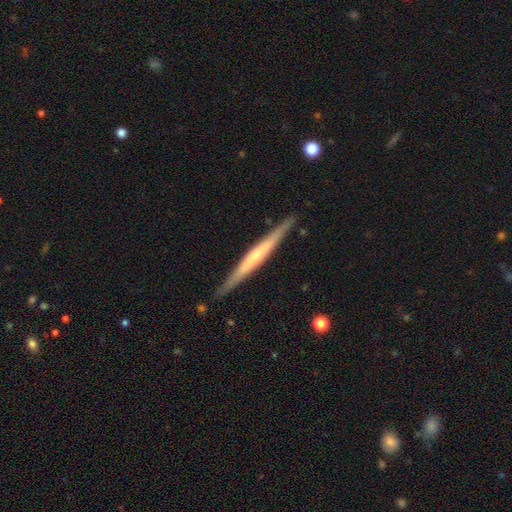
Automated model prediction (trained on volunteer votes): Overall: featured or disk (69%). Edge-on disk: yes (97%). Edge-on bulge: none (49%; rounded 41%). Merging: none (89%).